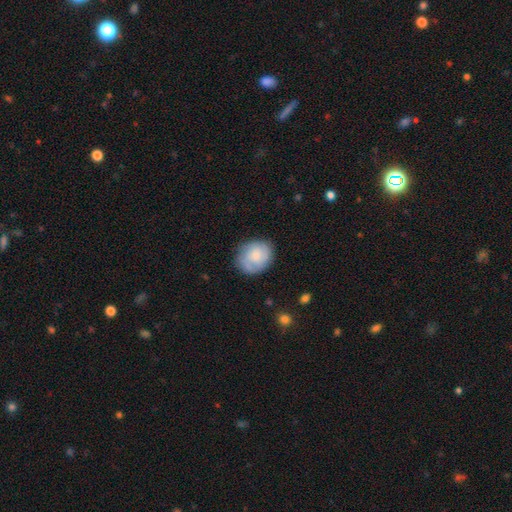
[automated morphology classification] smooth 60%, featured or disk 33%, star or artifact 7%. Down the decision tree: how rounded — round (58%); merging — none (75%).